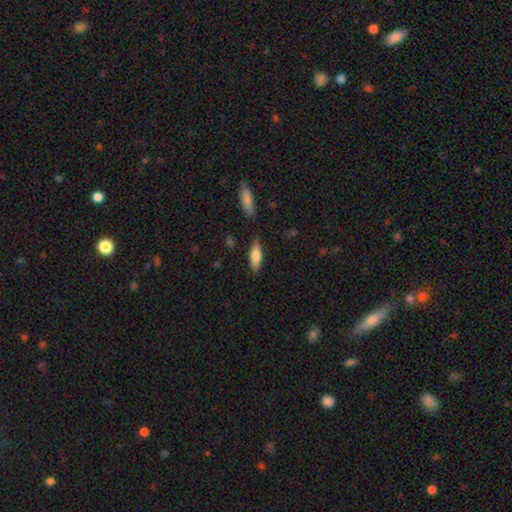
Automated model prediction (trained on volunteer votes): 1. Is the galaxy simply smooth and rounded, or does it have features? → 78% smooth, 16% featured or disk, 6% star or artifact.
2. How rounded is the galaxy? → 60% in between, 38% cigar-shaped, 2% round.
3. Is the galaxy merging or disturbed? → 81% none, 13% minor disturbance, 3% merger, 3% major disturbance.